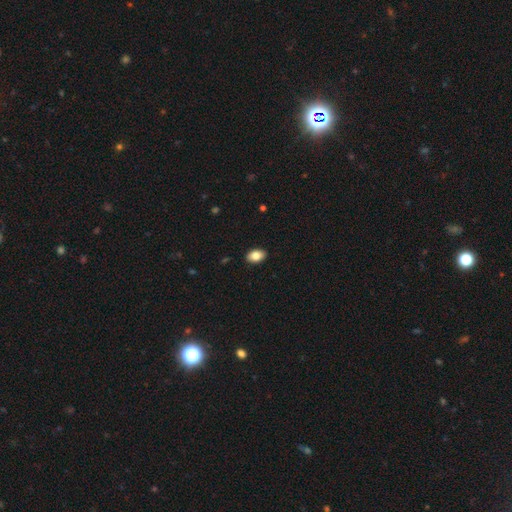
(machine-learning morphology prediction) Smooth or featured: smooth — 84% (featured or disk — 8%)
How rounded: in between — 89% (round — 10%)
Merging: none — 90% (minor disturbance — 7%)